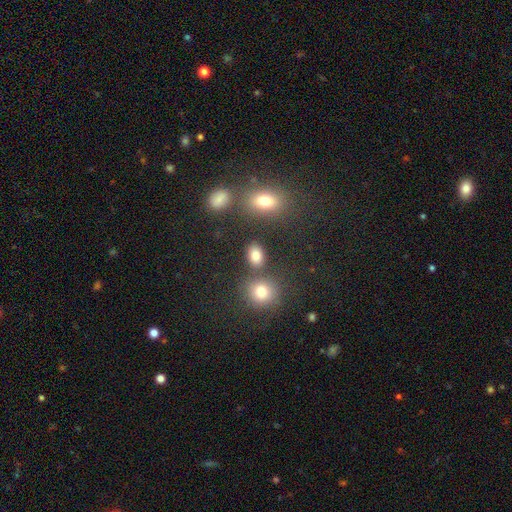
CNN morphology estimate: A smooth galaxy with no disk features (80%) that is in between round and cigar-shaped (69%).

Vote fractions:
- Smooth or featured? smooth: 80% / star or artifact: 13% / featured or disk: 7%
- How rounded? in between: 69% / round: 29% / cigar-shaped: 2%
- Merging? none: 78% / minor disturbance: 10% / merger: 9% / major disturbance: 4%